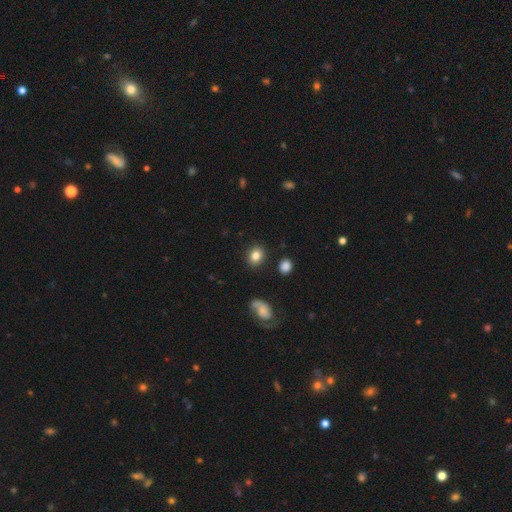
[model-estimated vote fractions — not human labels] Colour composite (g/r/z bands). It shows a smooth galaxy with no disk features (83%) that is round (59%). Merging: none (87%).